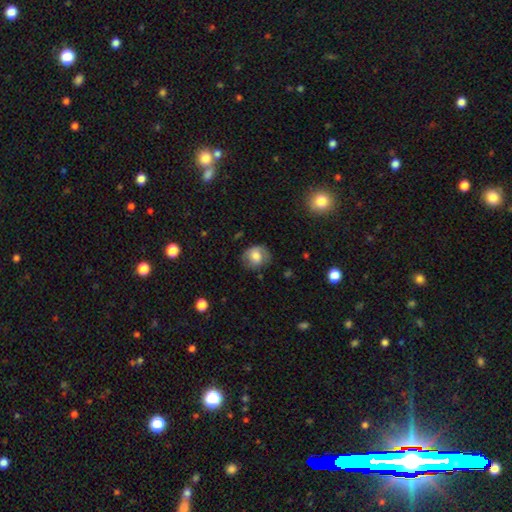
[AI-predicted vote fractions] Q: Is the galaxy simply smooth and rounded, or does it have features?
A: smooth — 63%.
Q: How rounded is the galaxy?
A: round — 65%.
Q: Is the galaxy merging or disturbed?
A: none — 64%.